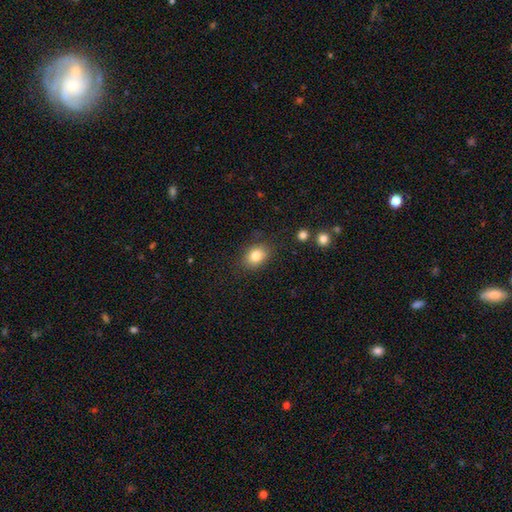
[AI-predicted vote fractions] Q: Smooth or featured?
A: smooth (83%); runner-up: star or artifact (9%)
Q: How rounded?
A: in between (65%); runner-up: round (34%)
Q: Merging?
A: none (83%); runner-up: minor disturbance (12%)